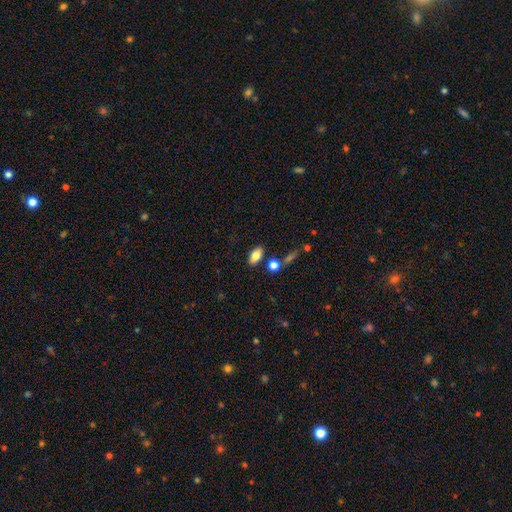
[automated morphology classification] Smooth or featured? smooth (80%)
How rounded? in between (89%)
Merging? none (79%)